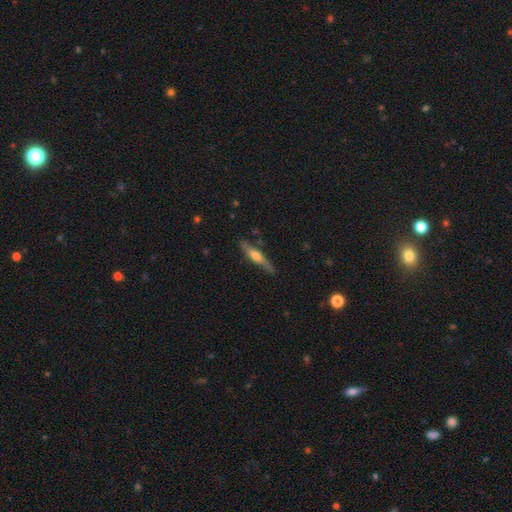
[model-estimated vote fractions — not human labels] Smooth or featured? featured or disk (58%)
Edge-on disk? yes (91%)
Edge-on bulge? rounded (83%)
Merging? none (82%)